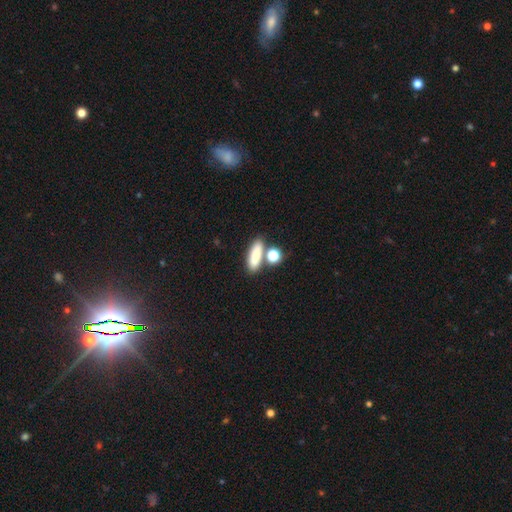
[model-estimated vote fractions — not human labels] The model was most divided on "how rounded": in between: 56%, cigar-shaped: 33%, round: 10%. More confident: smooth or featured — smooth (81%); merging — none (62%).